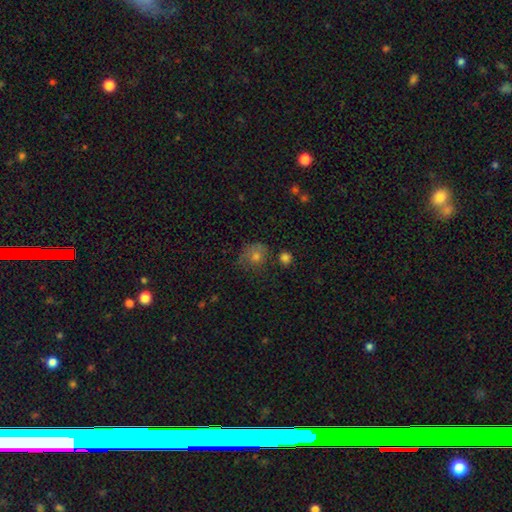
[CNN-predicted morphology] Smooth or featured? smooth (62%)
How rounded? round (72%)
Merging? none (50%)